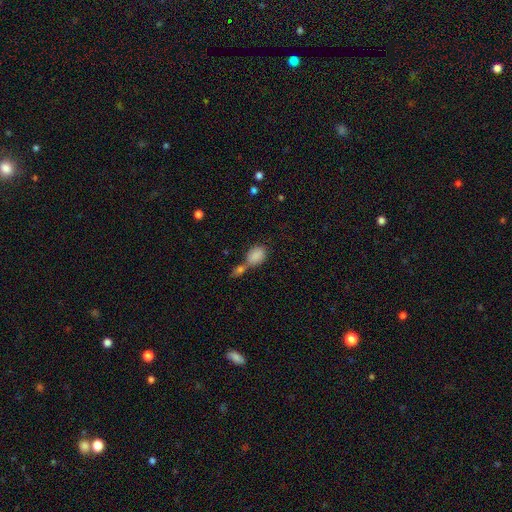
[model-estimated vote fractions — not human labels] Smooth or featured? smooth (84%)
How rounded? in between (77%)
Merging? merger (51%)